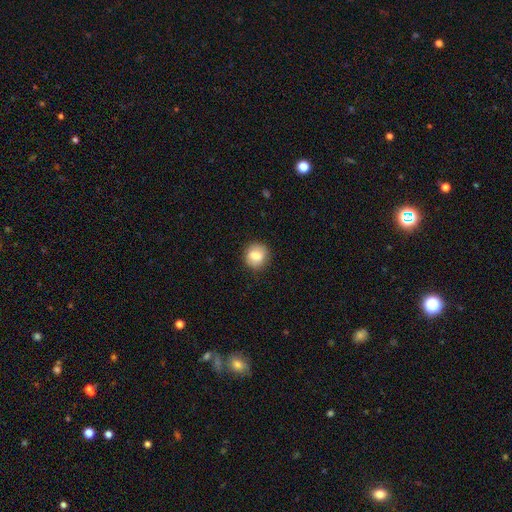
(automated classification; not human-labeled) A smooth galaxy with no disk features (79%) that is round (79%).

Vote fractions:
- Smooth or featured? smooth: 79% / featured or disk: 13% / star or artifact: 8%
- How rounded? round: 79% / in between: 20% / cigar-shaped: 1%
- Merging? none: 83% / minor disturbance: 12% / major disturbance: 3% / merger: 1%